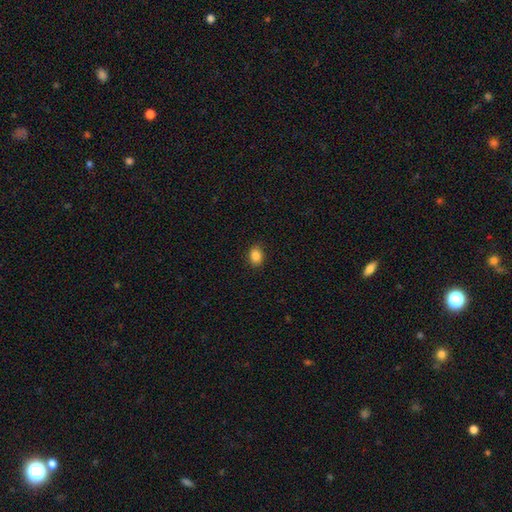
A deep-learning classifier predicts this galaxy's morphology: smooth_or_featured: smooth (p=0.87) [alt: star or artifact p=0.09]
how_rounded: in between (p=0.63) [alt: round p=0.36]
merging: none (p=0.89) [alt: minor disturbance p=0.08]